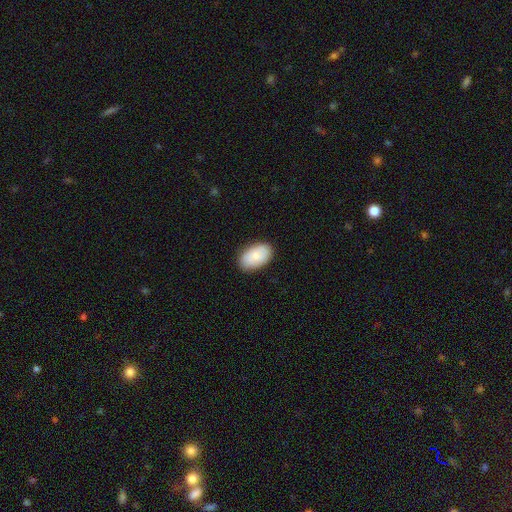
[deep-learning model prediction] Overall: smooth (83%). How rounded: in between (93%). Merging: none (87%).